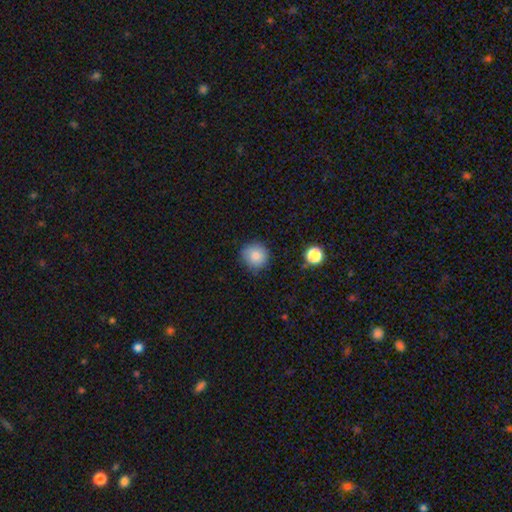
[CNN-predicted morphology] Overall: smooth (84%). How rounded: round (92%). Merging: none (81%).